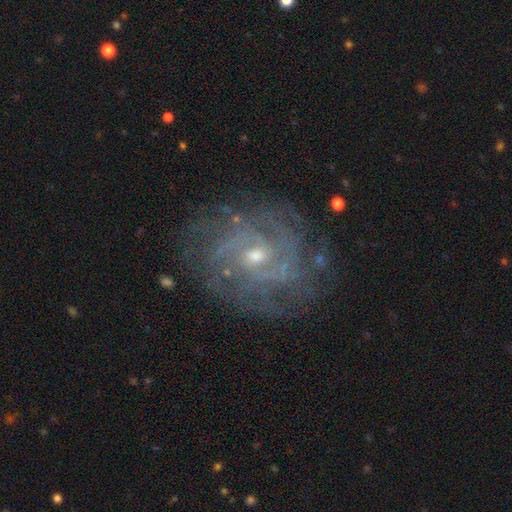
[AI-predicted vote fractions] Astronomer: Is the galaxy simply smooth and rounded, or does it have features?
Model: featured or disk — 87%.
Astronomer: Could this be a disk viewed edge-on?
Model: no — 97%.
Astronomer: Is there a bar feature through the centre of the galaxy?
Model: no — 57% (runner-up: weak, 36%).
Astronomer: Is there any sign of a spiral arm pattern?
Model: yes — 93%.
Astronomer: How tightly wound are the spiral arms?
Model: tight — 59%.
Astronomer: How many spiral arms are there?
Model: can't tell — 33% (runner-up: 2, 21%).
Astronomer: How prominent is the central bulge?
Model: small — 55% (runner-up: moderate, 42%).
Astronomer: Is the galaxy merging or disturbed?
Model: none — 72%.